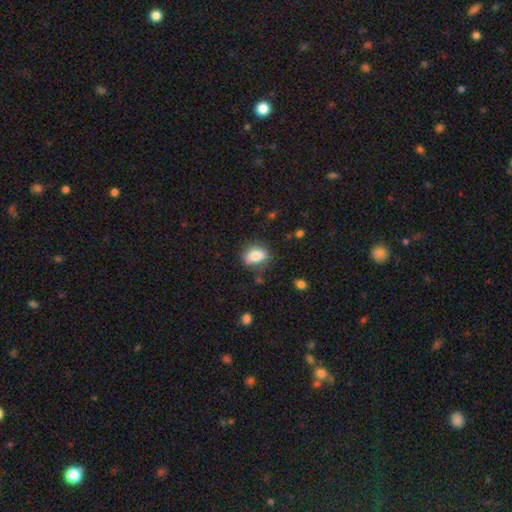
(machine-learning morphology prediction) type=smooth (82%); roundness=in between (80%); merging=none (72%).